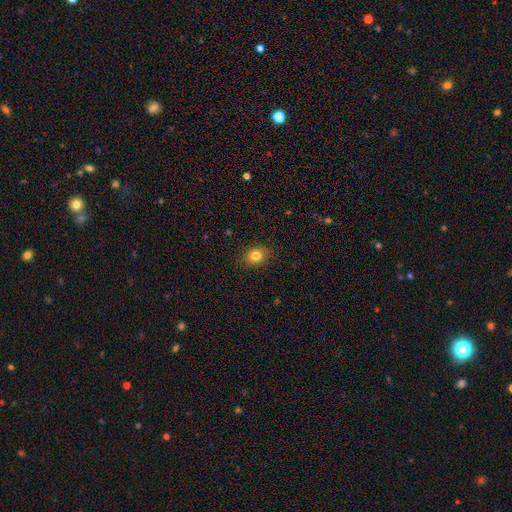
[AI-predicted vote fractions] Smooth or featured? smooth (81%)
How rounded? round (56%)
Merging? none (88%)